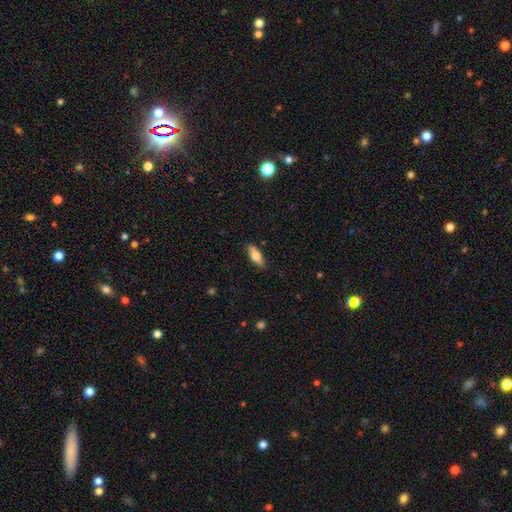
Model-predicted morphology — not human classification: A smooth galaxy with no disk features (64%) that is in between round and cigar-shaped (65%). Merging: none (84%).